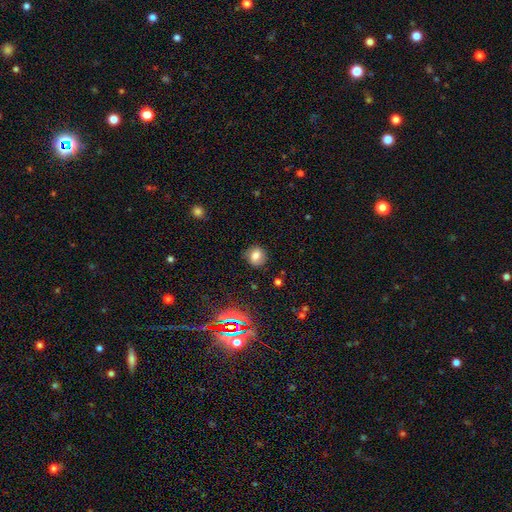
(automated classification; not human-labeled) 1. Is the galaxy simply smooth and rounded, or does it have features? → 73% smooth, 14% star or artifact, 12% featured or disk.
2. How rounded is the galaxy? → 77% round, 22% in between, 1% cigar-shaped.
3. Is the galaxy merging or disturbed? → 83% none, 12% minor disturbance, 3% major disturbance, 1% merger.